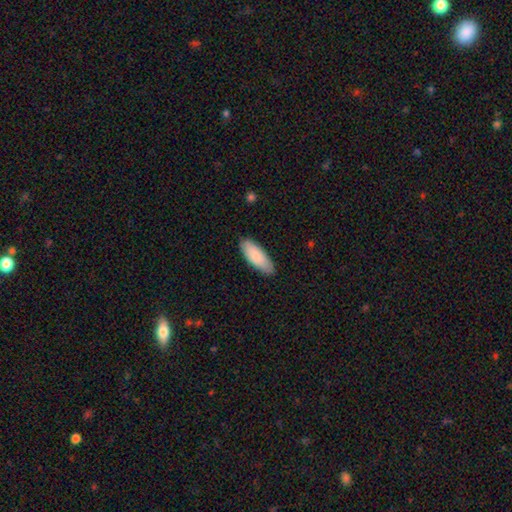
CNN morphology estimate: smooth-or-featured: smooth: 88% | featured or disk: 7% | star or artifact: 5%
  how-rounded: in between: 72% | cigar-shaped: 27% | round: 1%
  merging: none: 87% | minor disturbance: 11% | major disturbance: 2% | merger: 1%